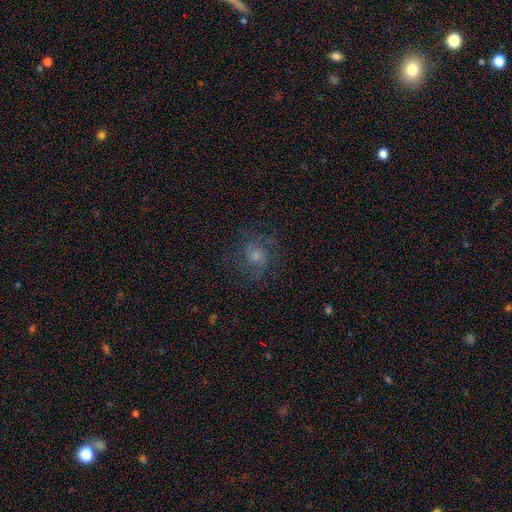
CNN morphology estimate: A featured or disk galaxy (57%) with no bar (68%), spiral arms (88%) and a moderate central bulge (45%). Merging: none (72%).